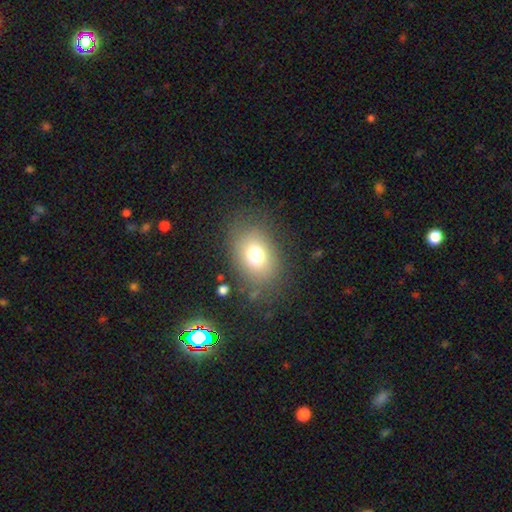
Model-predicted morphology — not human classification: This appears to be a smooth galaxy with no disk features (73%) that is in between round and cigar-shaped (72%). Merging: none (78%).